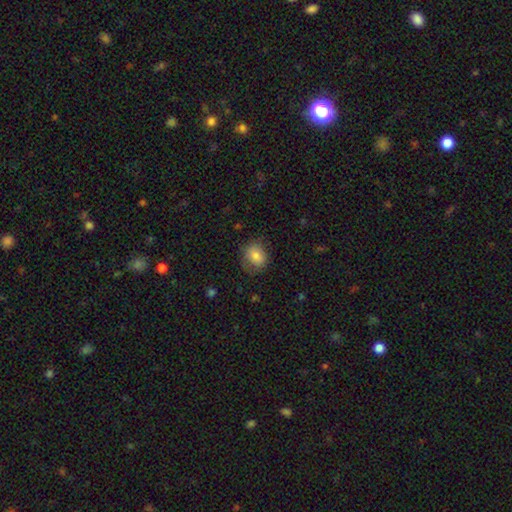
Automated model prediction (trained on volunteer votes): Overall: smooth (79%). How rounded: round (53%; in between 46%). Merging: none (68%).